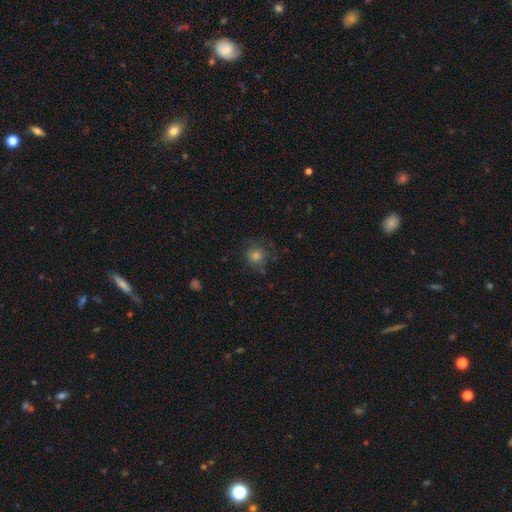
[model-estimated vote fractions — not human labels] Smooth or featured? smooth (63%)
How rounded? round (89%)
Merging? none (75%)